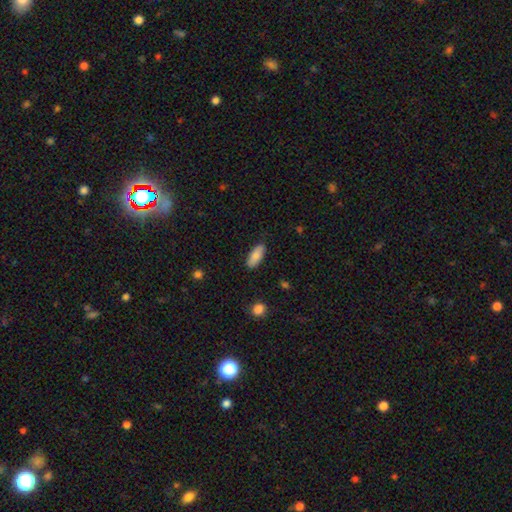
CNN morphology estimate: A smooth galaxy with no disk features (82%) that is in between round and cigar-shaped (82%). Merging: none (86%).